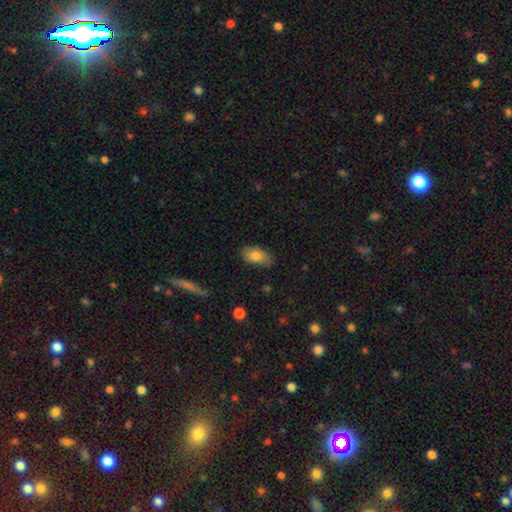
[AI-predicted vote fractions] This is likely a smooth galaxy (80%). How rounded: clearly in between (92%). Merging: likely none (76%).